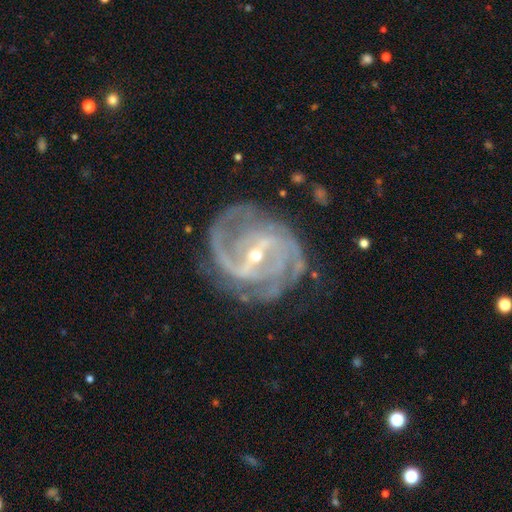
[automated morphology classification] This appears to be a featured or disk galaxy (92%) with a strong bar (61%), 2 (50%) medium (48%) spiral arms (97%) and a small central bulge (73%). Merging: none (69%).